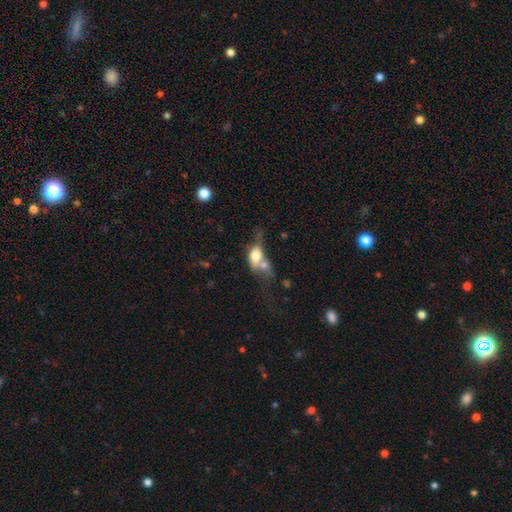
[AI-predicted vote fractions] A smooth galaxy with no disk features (64%) that is in between round and cigar-shaped (75%).

Vote fractions:
- Smooth or featured? smooth: 64% / featured or disk: 27% / star or artifact: 9%
- How rounded? in between: 75% / round: 17% / cigar-shaped: 9%
- Merging? merger: 60% / none: 15% / major disturbance: 14% / minor disturbance: 10%